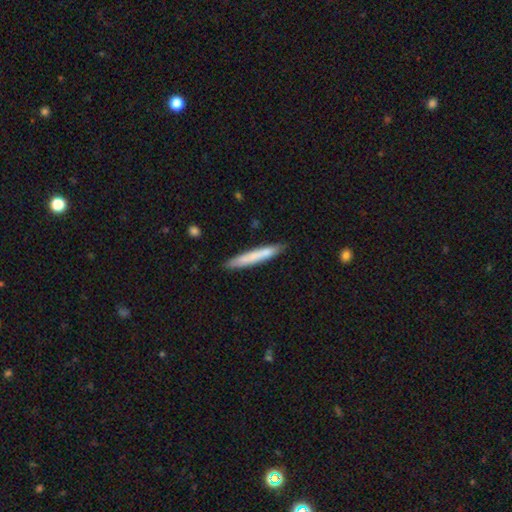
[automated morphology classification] Smooth or featured?
  - smooth: 71% *
  - featured or disk: 23%
  - star or artifact: 6%
How rounded?
  - cigar-shaped: 95% *
  - in between: 4%
  - round: 1%
Merging?
  - none: 86% *
  - minor disturbance: 10%
  - merger: 2%
  - major disturbance: 2%